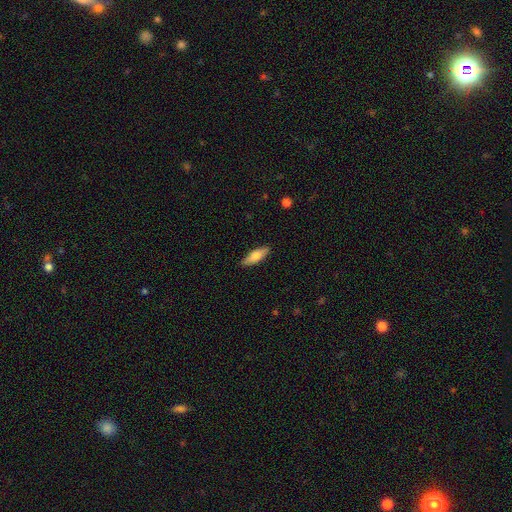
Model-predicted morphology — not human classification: smooth-or-featured: smooth: 69% | featured or disk: 25% | star or artifact: 6%
  how-rounded: in between: 55% | cigar-shaped: 43% | round: 2%
  merging: none: 88% | minor disturbance: 9% | major disturbance: 2% | merger: 1%